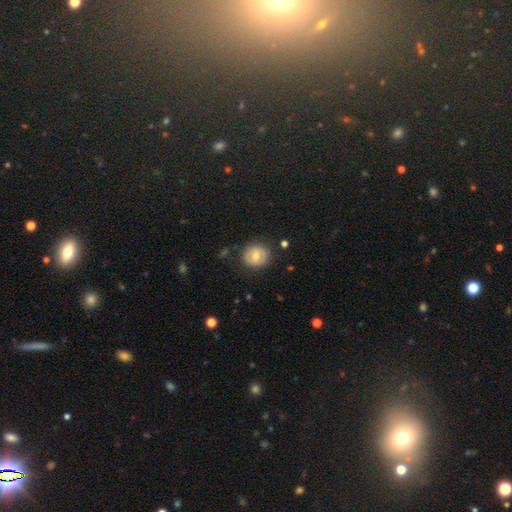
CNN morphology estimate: A smooth galaxy with no disk features (61%) that is round (83%).

Vote fractions:
- Smooth or featured? smooth: 61% / featured or disk: 31% / star or artifact: 7%
- How rounded? round: 83% / in between: 17% / cigar-shaped: 1%
- Merging? none: 83% / minor disturbance: 12% / major disturbance: 4% / merger: 1%